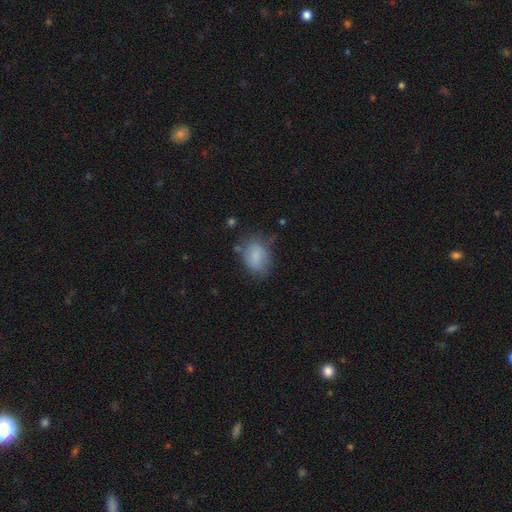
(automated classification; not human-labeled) Morphology: type=smooth (81%); roundness=in between (73%); merging=none (59%).